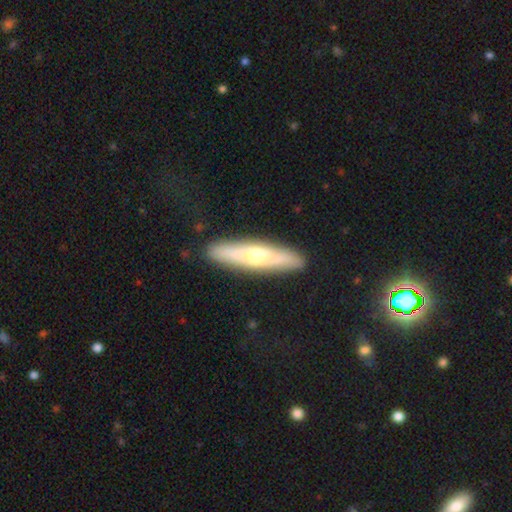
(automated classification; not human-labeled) smooth-or-featured: featured or disk: 53% | smooth: 42% | star or artifact: 6%
  disk-edge-on: yes: 75% | no: 25%
  merging: none: 88% | minor disturbance: 9% | major disturbance: 2% | merger: 1%